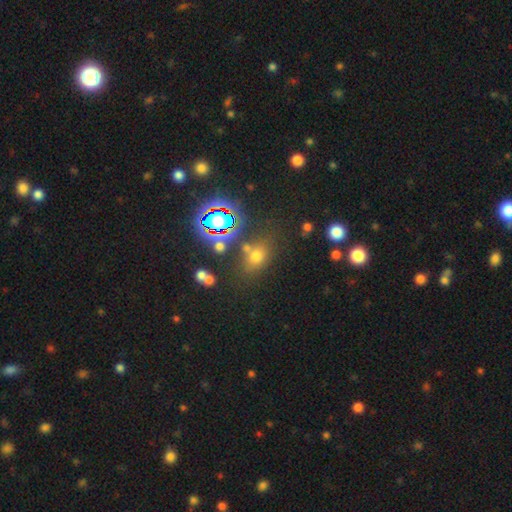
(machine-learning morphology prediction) The model was most divided on "how rounded": in between: 64%, round: 34%, cigar-shaped: 3%. More confident: merging — none (65%); smooth or featured — smooth (61%).